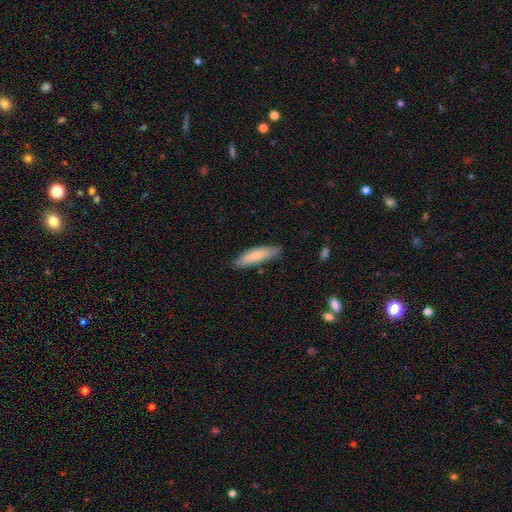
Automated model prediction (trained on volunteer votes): The model was most divided on "how rounded": cigar-shaped: 67%, in between: 31%, round: 1%. More confident: merging — none (78%); smooth or featured — smooth (76%).